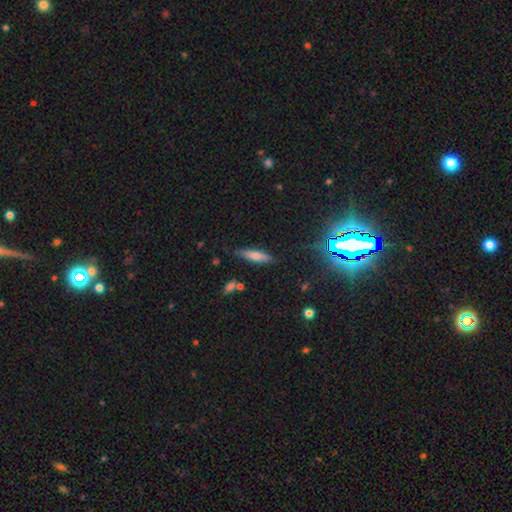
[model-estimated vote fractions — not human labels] Smooth or featured?
  - smooth: 69% *
  - featured or disk: 21%
  - star or artifact: 10%
How rounded?
  - cigar-shaped: 72% *
  - in between: 26%
  - round: 2%
Merging?
  - none: 80% *
  - minor disturbance: 14%
  - major disturbance: 3%
  - merger: 3%